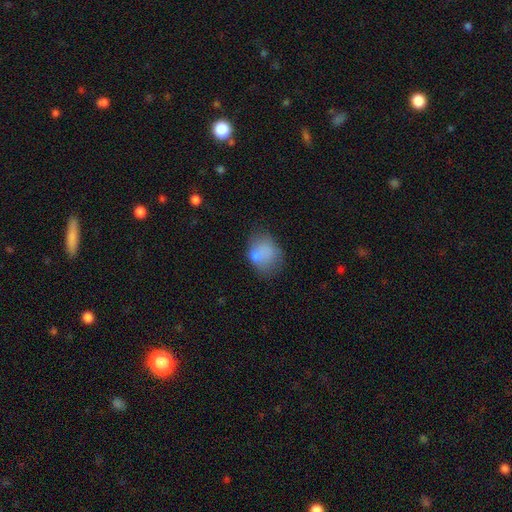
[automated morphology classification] The model was most divided on "how rounded": in between: 60%, round: 39%, cigar-shaped: 1%. Remaining: smooth or featured — smooth (73%); merging — none (48%).